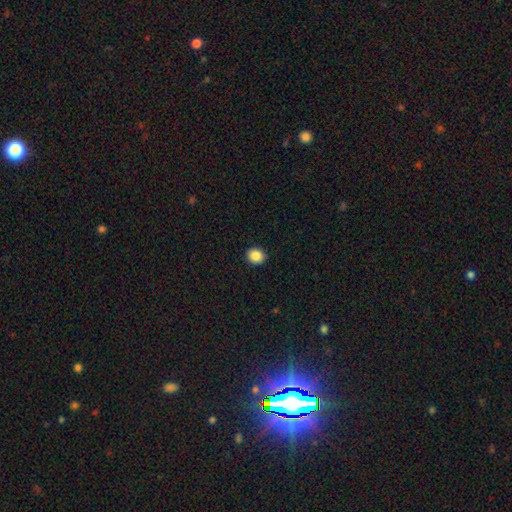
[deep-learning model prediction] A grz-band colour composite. It shows a smooth galaxy with no disk features (87%) that is round (76%). Merging: none (92%).